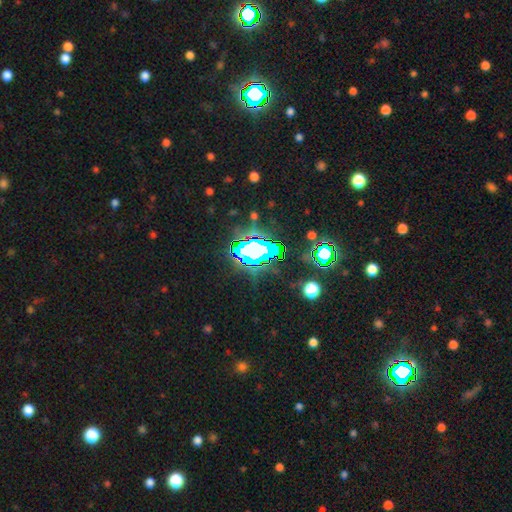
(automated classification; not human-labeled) This appears to be a star or artifact, not a galaxy (80%).